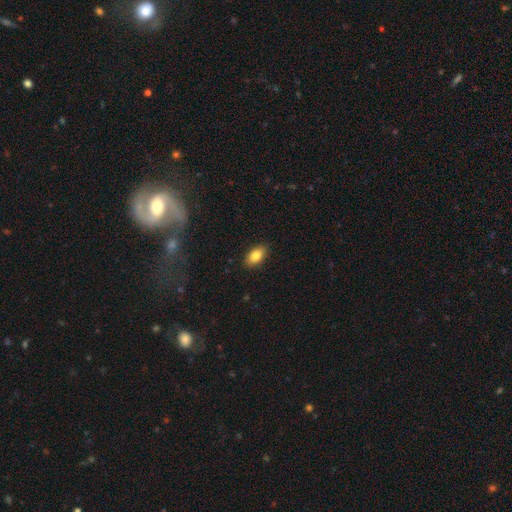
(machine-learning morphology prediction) Q: Smooth or featured?
A: smooth (85%); runner-up: star or artifact (8%)
Q: How rounded?
A: in between (91%); runner-up: round (6%)
Q: Merging?
A: none (88%); runner-up: minor disturbance (9%)